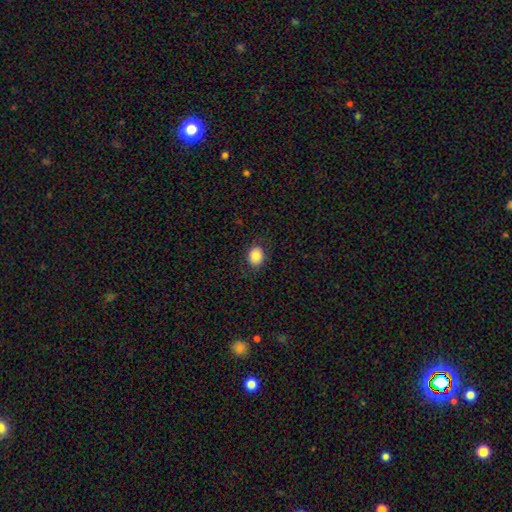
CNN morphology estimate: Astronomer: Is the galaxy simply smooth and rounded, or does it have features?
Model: smooth — 85%.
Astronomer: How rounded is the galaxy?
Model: round — 53% (runner-up: in between, 46%).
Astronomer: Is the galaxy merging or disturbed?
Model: none — 84%.